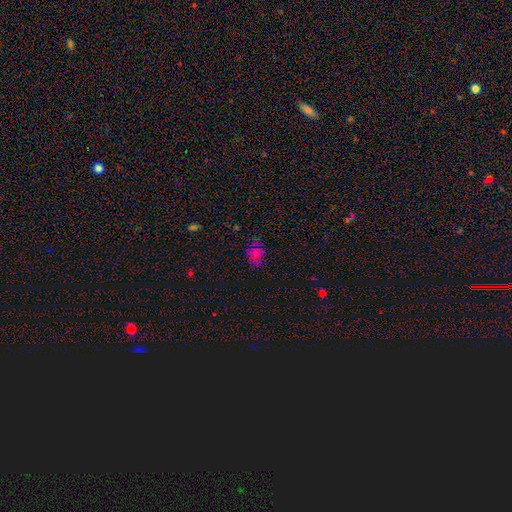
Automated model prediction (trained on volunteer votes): Smooth or featured: smooth — 56% (star or artifact — 34%)
How rounded: round — 54% (in between — 44%)
Merging: none — 73% (minor disturbance — 18%)